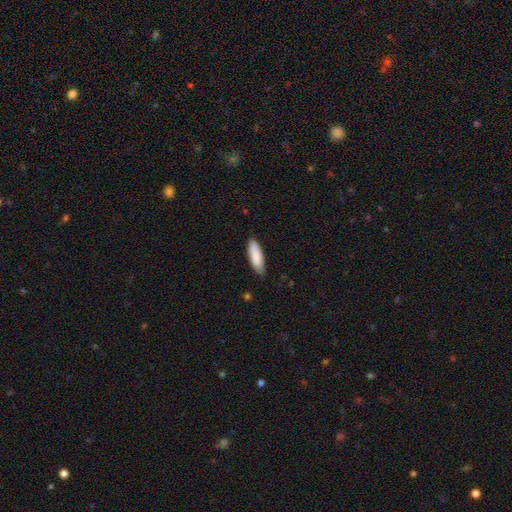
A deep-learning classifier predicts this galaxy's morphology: smooth 87%, featured or disk 7%, star or artifact 5%. Down the decision tree: how rounded — cigar-shaped (53%); merging — none (83%).